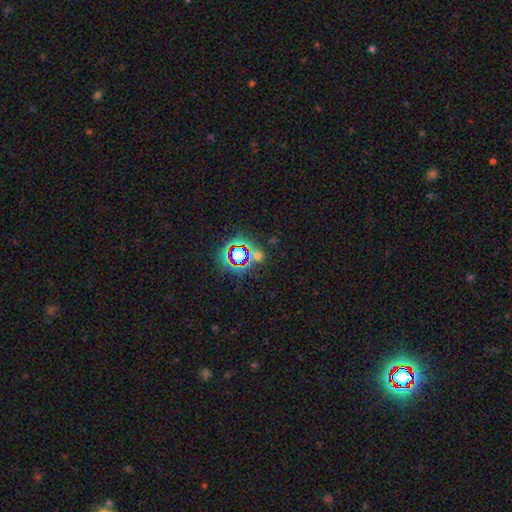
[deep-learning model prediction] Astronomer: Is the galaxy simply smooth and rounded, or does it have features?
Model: star or artifact — 72%.